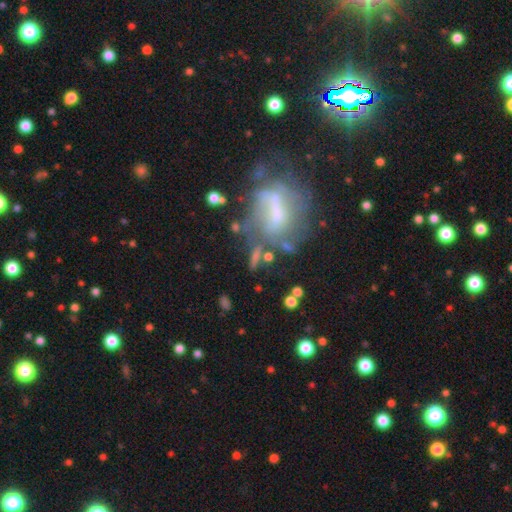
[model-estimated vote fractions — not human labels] Smooth or featured?
  - featured or disk: 42% *
  - smooth: 39%
  - star or artifact: 19%
Merging?
  - none: 49% *
  - major disturbance: 19%
  - minor disturbance: 18%
  - merger: 15%